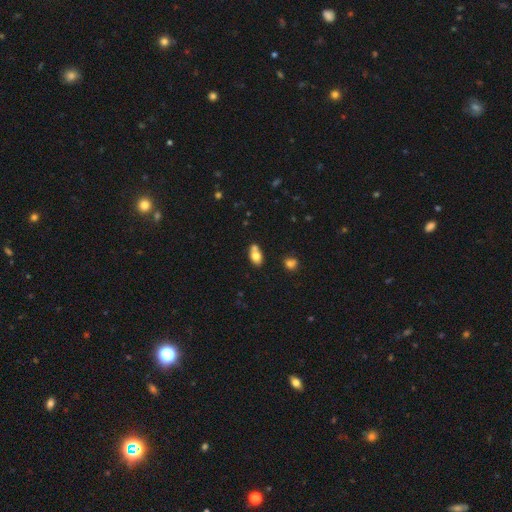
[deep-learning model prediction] A smooth galaxy with no disk features (75%) that is in between round and cigar-shaped (82%). Merging: none (49%).